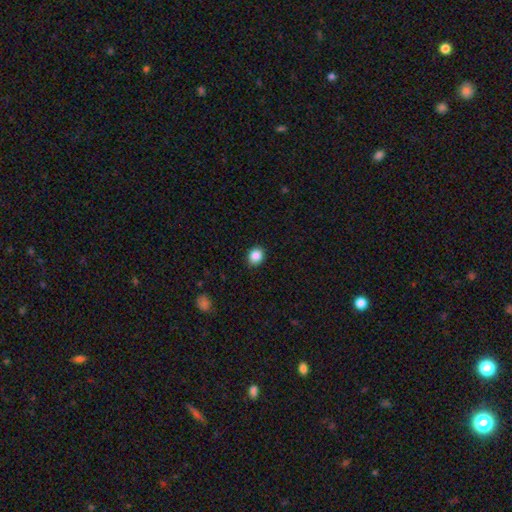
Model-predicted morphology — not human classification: Smooth or featured? smooth (87%)
How rounded? round (68%)
Merging? none (90%)